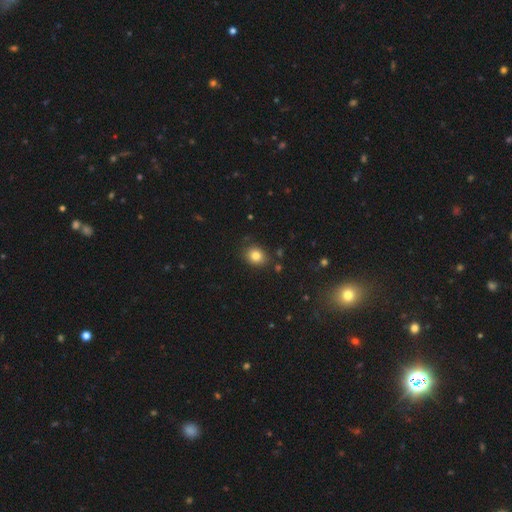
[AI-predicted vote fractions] Overall: smooth (82%). How rounded: round (61%; in between 38%). Merging: none (85%).